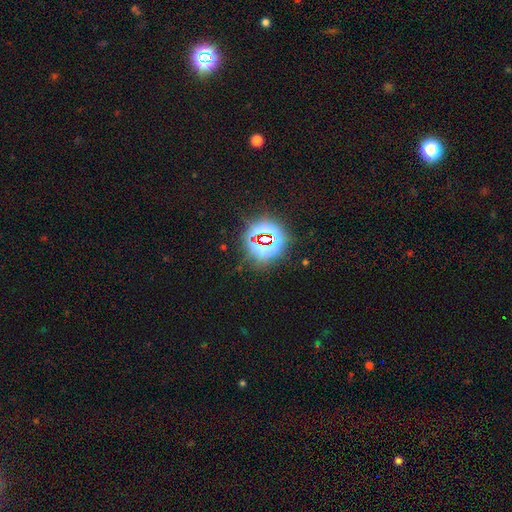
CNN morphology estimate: Smooth or featured? star or artifact (81%)